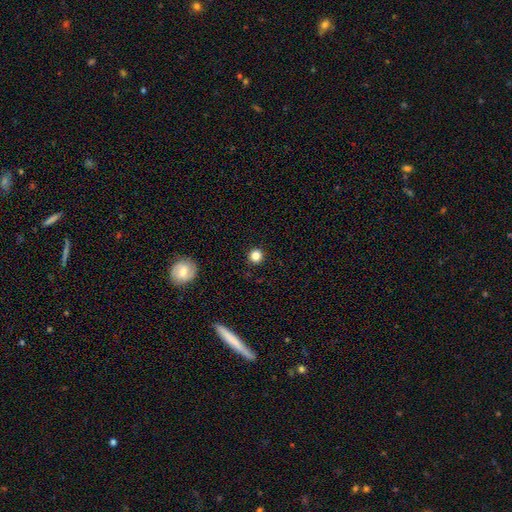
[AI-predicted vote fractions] smooth_or_featured: smooth (p=0.84) [alt: star or artifact p=0.11]
how_rounded: round (p=0.95) [alt: in between p=0.04]
merging: none (p=0.92) [alt: minor disturbance p=0.05]